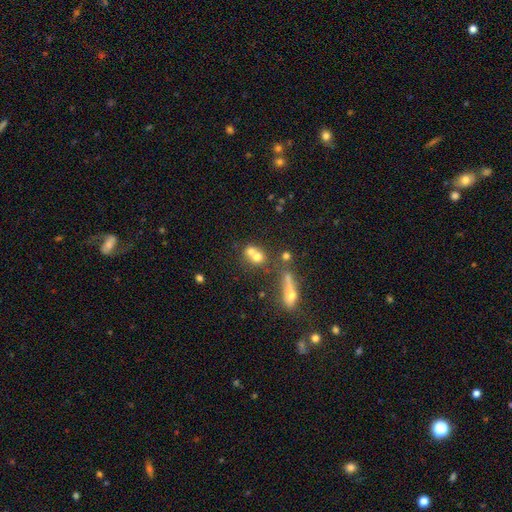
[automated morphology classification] Q: Smooth or featured?
A: smooth (65%); runner-up: featured or disk (21%)
Q: How rounded?
A: round (71%); runner-up: in between (25%)
Q: Merging?
A: merger (56%); runner-up: none (32%)